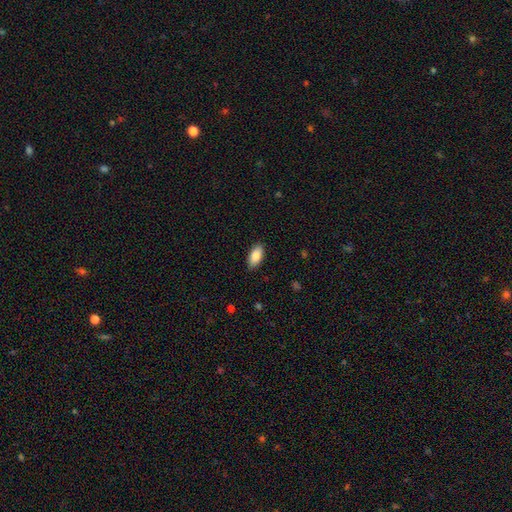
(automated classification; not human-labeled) smooth_or_featured: smooth (p=0.87) [alt: star or artifact p=0.06]
how_rounded: in between (p=0.91) [alt: cigar-shaped p=0.06]
merging: none (p=0.89) [alt: minor disturbance p=0.09]